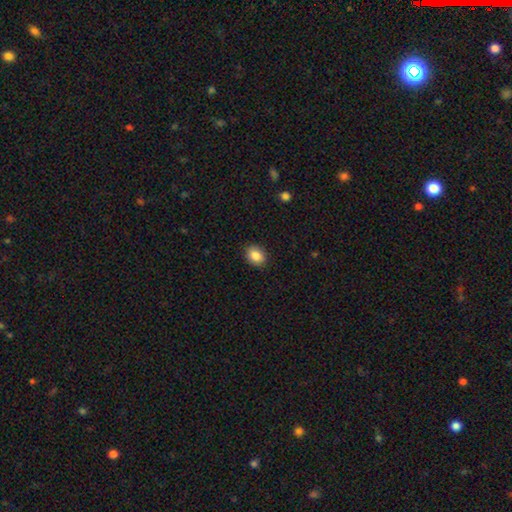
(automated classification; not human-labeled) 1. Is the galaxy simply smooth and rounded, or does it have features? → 87% smooth, 8% star or artifact, 5% featured or disk.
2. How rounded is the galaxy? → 58% in between, 41% round, 1% cigar-shaped.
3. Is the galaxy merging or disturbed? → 90% none, 7% minor disturbance, 2% major disturbance, 1% merger.